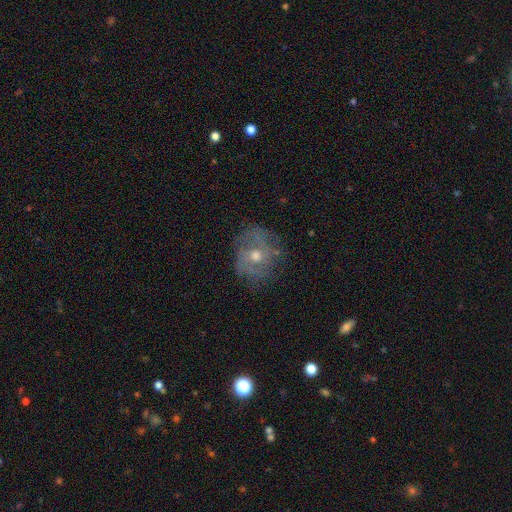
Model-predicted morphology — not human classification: featured or disk 61%, smooth 28%, star or artifact 11%. Down the decision tree: edge-on disk — no (96%); bar — no (78%); spiral arms — yes (58%); bulge size — moderate (72%); merging — none (68%).